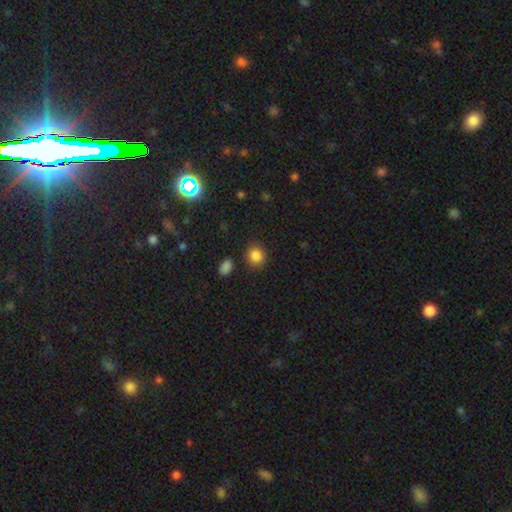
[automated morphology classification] smooth 86%, star or artifact 11%, featured or disk 4%. Down the decision tree: how rounded — round (83%); merging — none (88%).